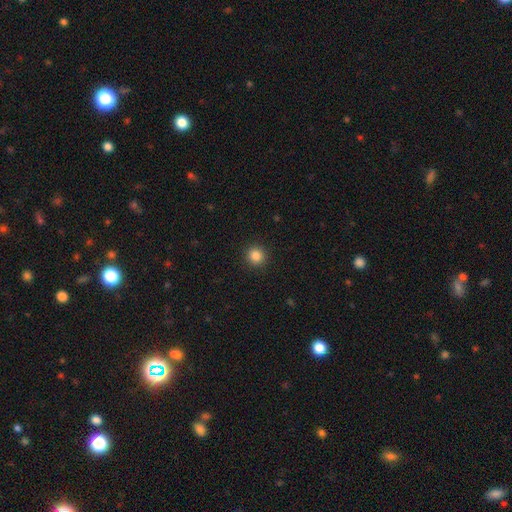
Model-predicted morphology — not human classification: Smooth or featured?
  - smooth: 85% *
  - star or artifact: 11%
  - featured or disk: 4%
How rounded?
  - round: 93% *
  - in between: 6%
  - cigar-shaped: 1%
Merging?
  - none: 92% *
  - minor disturbance: 5%
  - major disturbance: 2%
  - merger: 1%